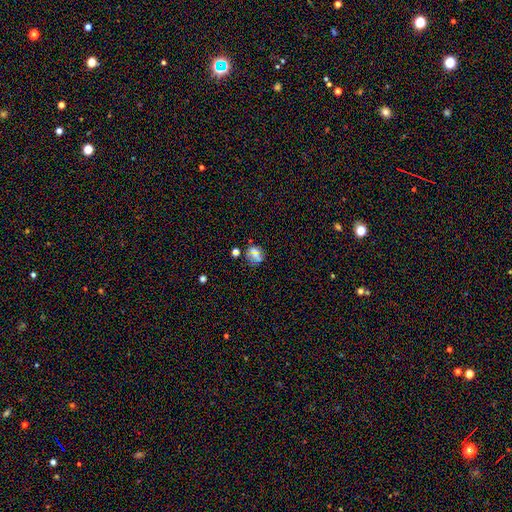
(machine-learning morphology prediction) Smooth or featured: smooth — 59% (star or artifact — 28%)
How rounded: round — 69% (in between — 28%)
Merging: none — 75% (minor disturbance — 14%)